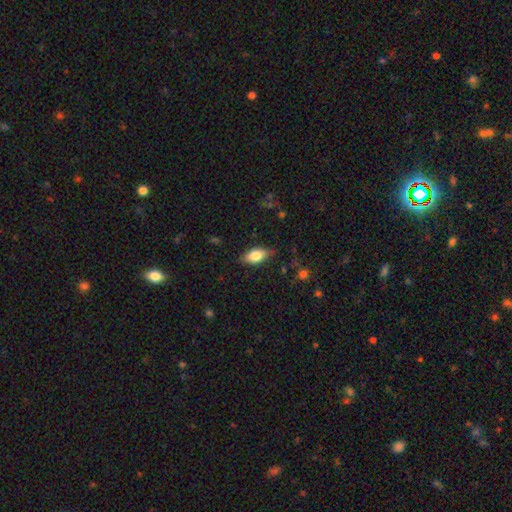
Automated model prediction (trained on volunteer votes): smooth_or_featured: smooth (p=0.77) [alt: featured or disk p=0.16]
how_rounded: in between (p=0.88) [alt: cigar-shaped p=0.07]
merging: none (p=0.78) [alt: minor disturbance p=0.17]